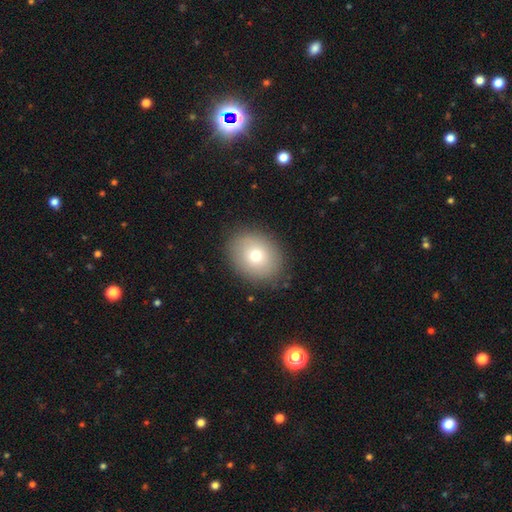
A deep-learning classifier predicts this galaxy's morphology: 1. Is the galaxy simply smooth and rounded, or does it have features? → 73% smooth, 17% featured or disk, 10% star or artifact.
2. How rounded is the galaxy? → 51% in between, 48% round, 1% cigar-shaped.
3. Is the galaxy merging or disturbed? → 86% none, 9% minor disturbance, 3% major disturbance, 1% merger.